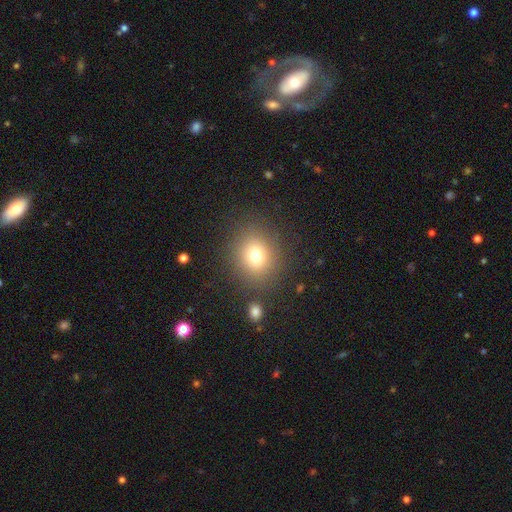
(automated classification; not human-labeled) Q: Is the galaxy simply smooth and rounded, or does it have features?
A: smooth — 75%.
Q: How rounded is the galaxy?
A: round — 79%.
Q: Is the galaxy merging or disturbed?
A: none — 84%.